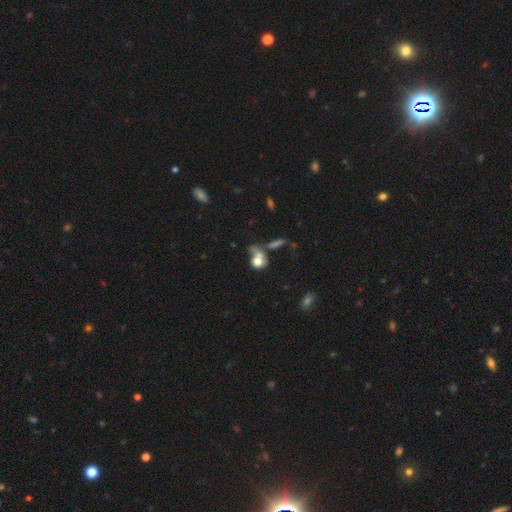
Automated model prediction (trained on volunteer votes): A star or artifact, not a galaxy (46%).

Vote fractions:
- Smooth or featured? star or artifact: 46% / smooth: 35% / featured or disk: 19%